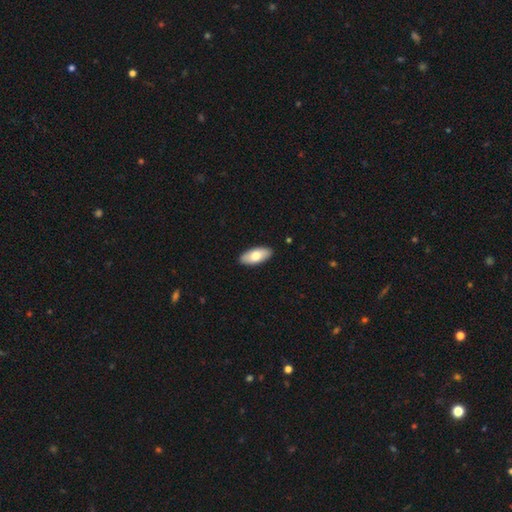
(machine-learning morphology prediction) A smooth galaxy with no disk features (74%) that is in between round and cigar-shaped (90%). Merging: none (90%).